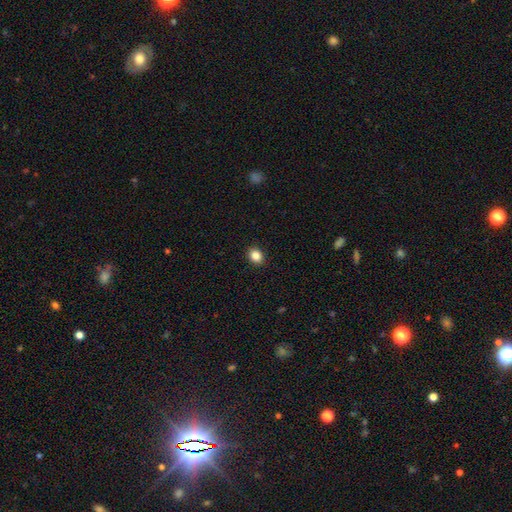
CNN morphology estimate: This appears to be a smooth galaxy with no disk features (86%) that is round (56%). Merging: none (91%).